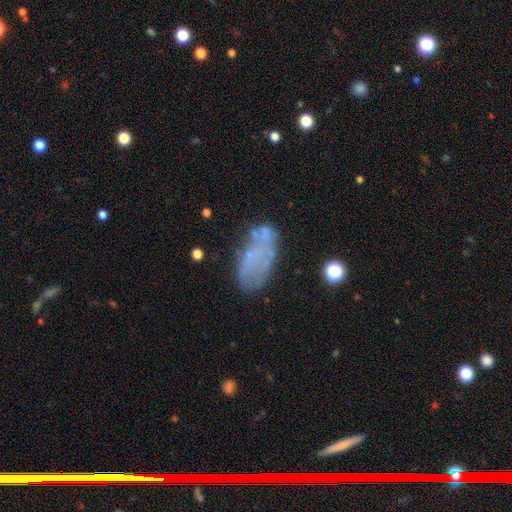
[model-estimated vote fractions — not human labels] Smooth or featured? featured or disk (45%)
Merging? none (57%)